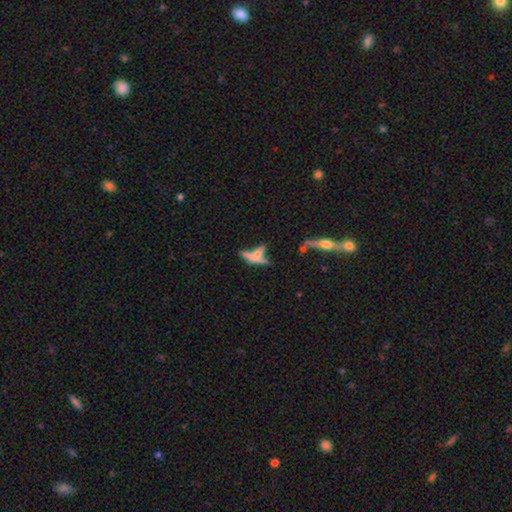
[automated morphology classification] smooth 44%, featured or disk 43%, star or artifact 13%. Down the decision tree: merging — merger (39%).